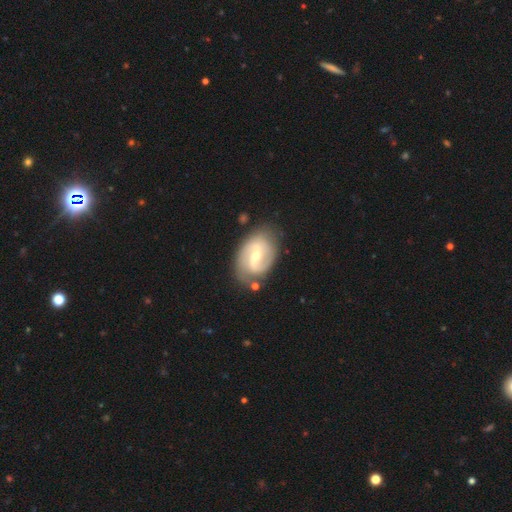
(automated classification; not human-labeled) The model was most divided on "bulge size": small: 52%, moderate: 45%, large: 2%, none: 1%, dominant: 1%. Remaining: edge-on disk — no (97%); spiral arms — yes (93%); spiral arm count — 2 (88%); smooth or featured — featured or disk (84%); merging — none (76%); bar — weak (50%); spiral winding — medium (46%).